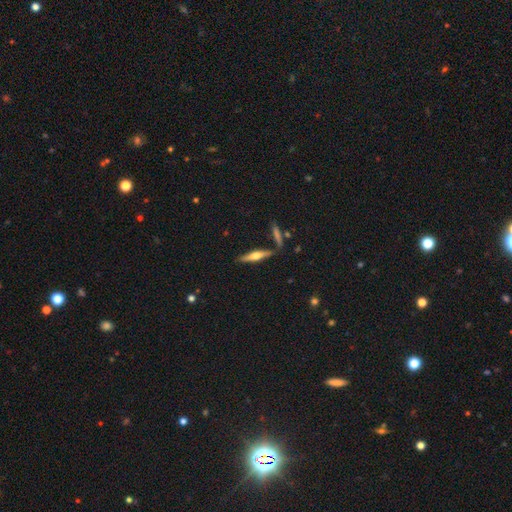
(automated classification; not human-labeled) featured or disk 58%, smooth 36%, star or artifact 6%. Down the decision tree: edge-on disk — yes (96%); edge-on bulge — rounded (87%); merging — none (83%).